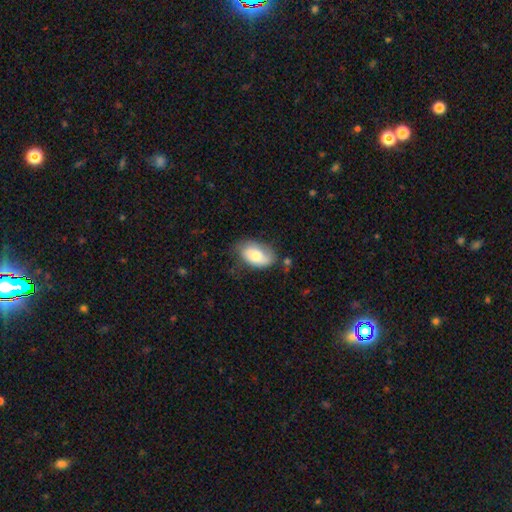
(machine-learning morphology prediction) A smooth galaxy with no disk features (63%) that is in between round and cigar-shaped (92%).

Vote fractions:
- Smooth or featured? smooth: 63% / featured or disk: 30% / star or artifact: 7%
- How rounded? in between: 92% / round: 6% / cigar-shaped: 2%
- Merging? none: 60% / minor disturbance: 28% / major disturbance: 9% / merger: 3%